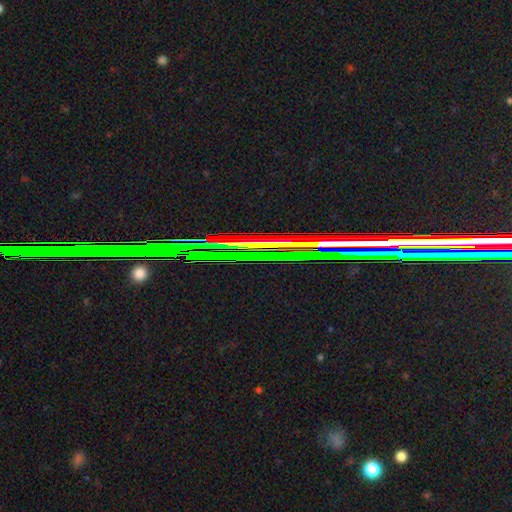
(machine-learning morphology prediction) Smooth or featured: star or artifact — 81% (featured or disk — 11%)